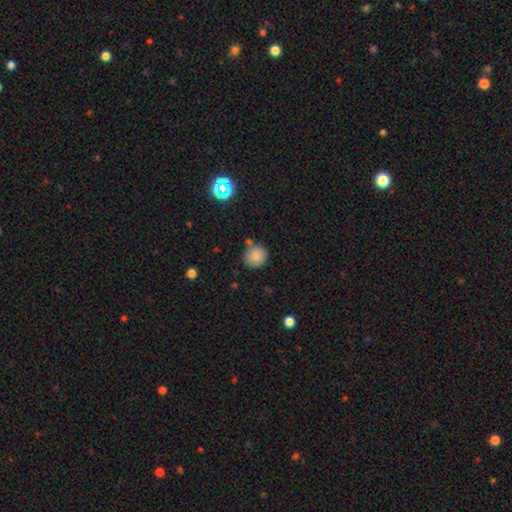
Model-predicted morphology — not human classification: Smooth or featured: smooth — 85% (star or artifact — 10%)
How rounded: round — 88% (in between — 11%)
Merging: none — 76% (minor disturbance — 12%)